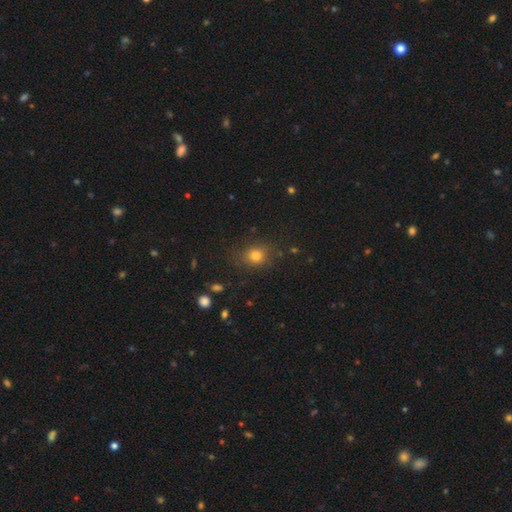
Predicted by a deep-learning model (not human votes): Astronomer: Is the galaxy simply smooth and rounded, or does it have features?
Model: smooth — 79%.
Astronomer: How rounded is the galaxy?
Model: round — 70%.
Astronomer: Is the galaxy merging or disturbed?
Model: none — 82%.